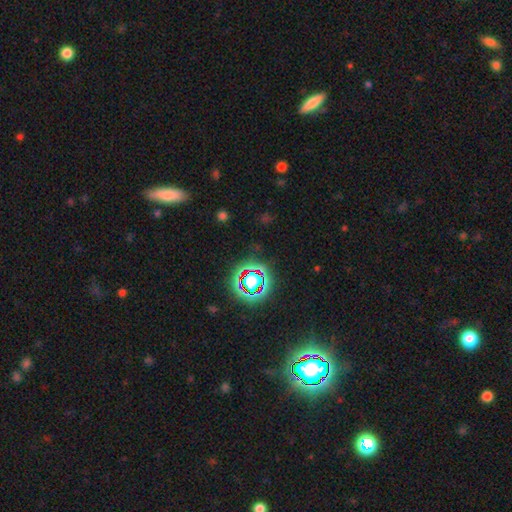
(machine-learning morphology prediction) Smooth or featured? Predicted: star or artifact (p=0.73).